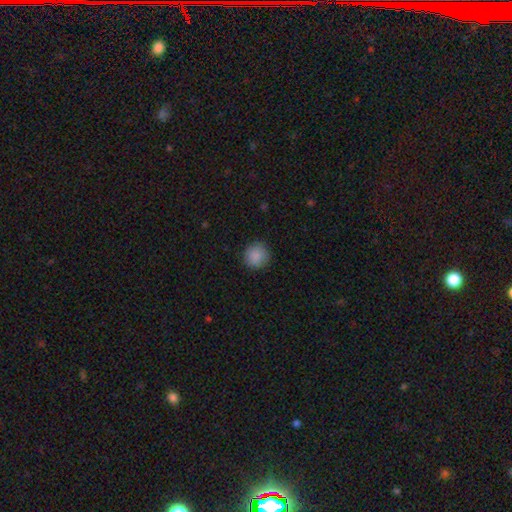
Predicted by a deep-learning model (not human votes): This appears to be a smooth galaxy with no disk features (88%) that is round (93%). Merging: none (89%).